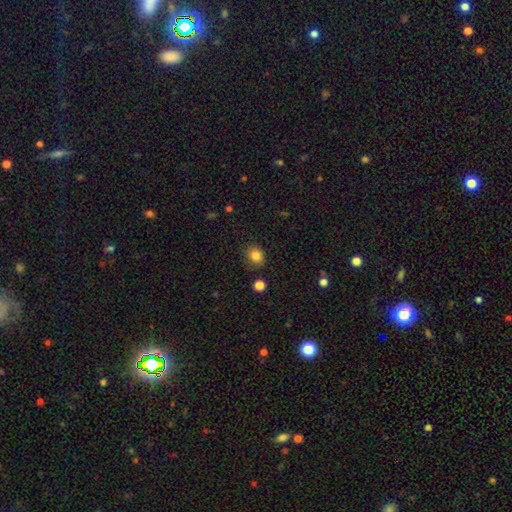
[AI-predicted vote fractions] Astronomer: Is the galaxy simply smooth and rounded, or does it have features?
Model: smooth — 83%.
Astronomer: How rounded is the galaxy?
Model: round — 74%.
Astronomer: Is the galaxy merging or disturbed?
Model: none — 87%.